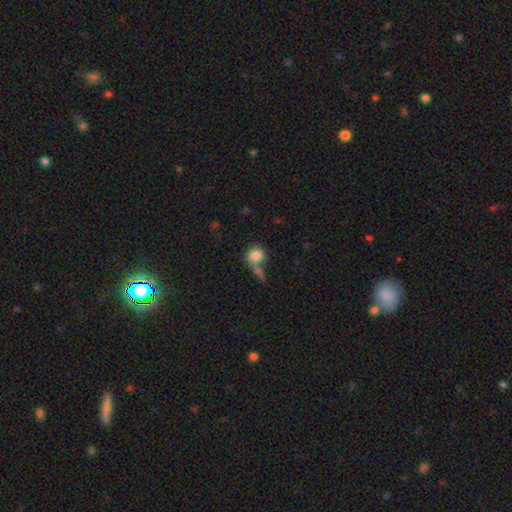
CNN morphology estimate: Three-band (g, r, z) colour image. It shows a smooth galaxy with no disk features (78%) that is round (78%). Merging: none (41%).